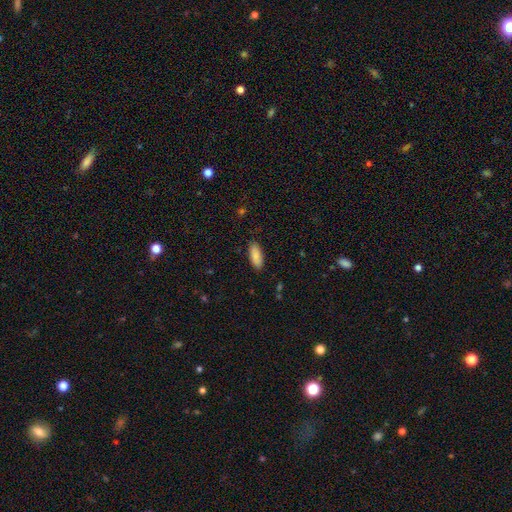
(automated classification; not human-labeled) Q: Smooth or featured?
A: smooth (87%); runner-up: featured or disk (7%)
Q: How rounded?
A: in between (82%); runner-up: cigar-shaped (16%)
Q: Merging?
A: none (87%); runner-up: minor disturbance (10%)